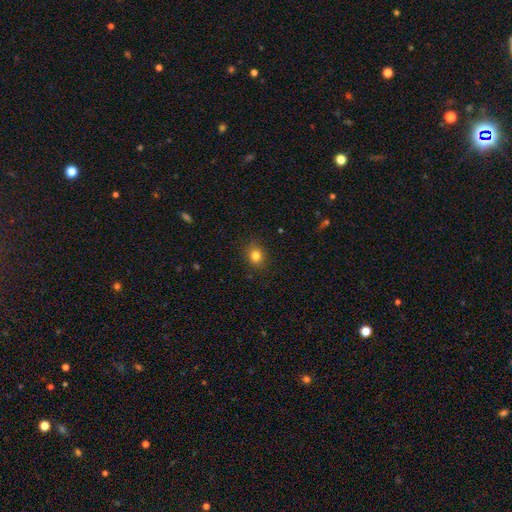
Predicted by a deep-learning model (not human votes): This appears to be a smooth galaxy with no disk features (81%) that is round (70%). Merging: none (88%).